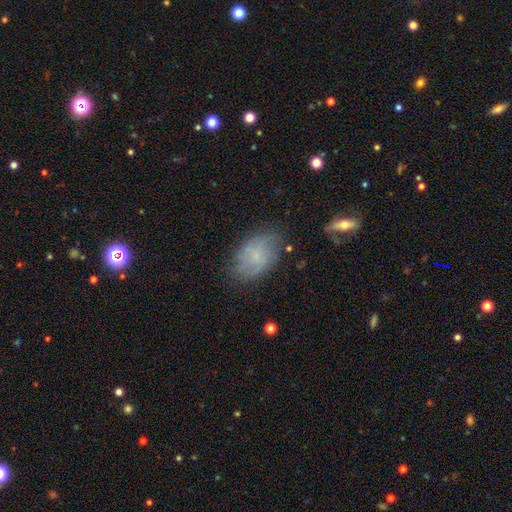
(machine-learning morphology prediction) A smooth galaxy with no disk features (49%).

Vote fractions:
- Smooth or featured? smooth: 49% / featured or disk: 41% / star or artifact: 10%
- Merging? none: 70% / minor disturbance: 21% / major disturbance: 7% / merger: 2%